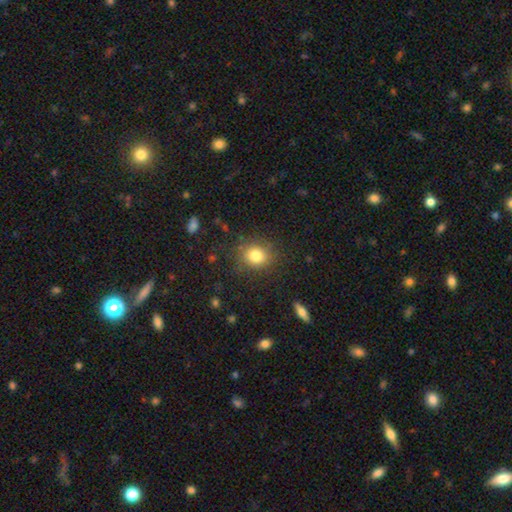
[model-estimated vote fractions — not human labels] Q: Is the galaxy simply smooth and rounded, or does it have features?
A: smooth — 81%.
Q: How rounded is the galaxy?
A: round — 72%.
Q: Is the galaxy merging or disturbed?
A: none — 83%.